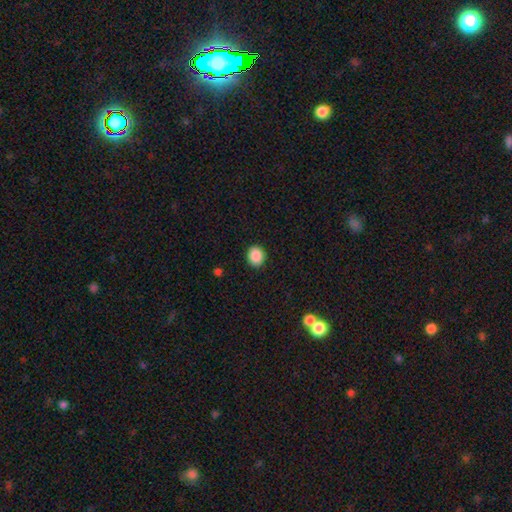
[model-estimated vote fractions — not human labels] smooth-or-featured: smooth: 89% | star or artifact: 9% | featured or disk: 3%
  how-rounded: round: 77% | in between: 22% | cigar-shaped: 1%
  merging: none: 91% | minor disturbance: 6% | major disturbance: 2% | merger: 1%